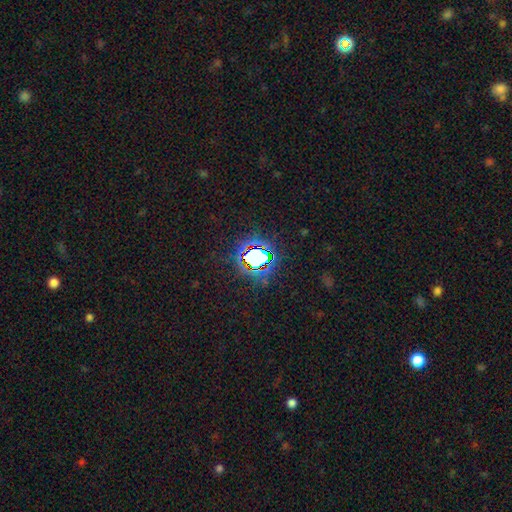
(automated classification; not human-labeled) smooth-or-featured: star or artifact: 73% | smooth: 17% | featured or disk: 11%